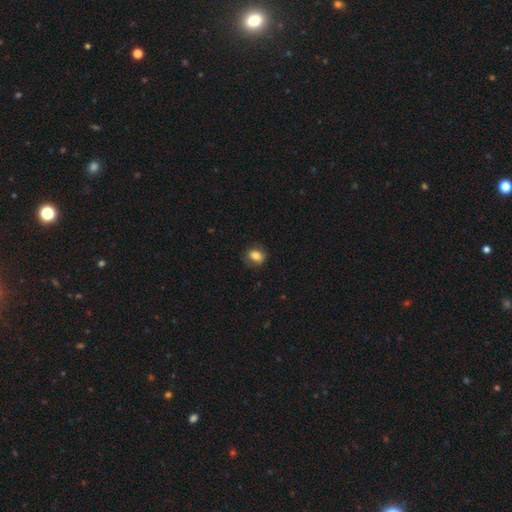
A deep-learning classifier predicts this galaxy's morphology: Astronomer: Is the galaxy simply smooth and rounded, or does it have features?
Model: smooth — 81%.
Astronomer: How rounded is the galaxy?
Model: in between — 63%.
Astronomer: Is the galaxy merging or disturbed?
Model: none — 75%.